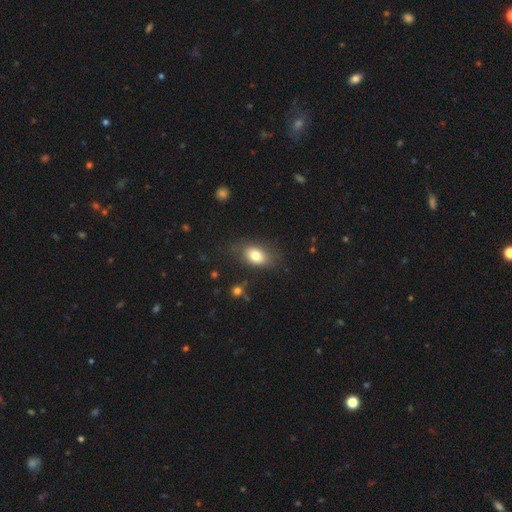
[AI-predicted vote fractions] A smooth galaxy with no disk features (78%) that is in between round and cigar-shaped (80%).

Vote fractions:
- Smooth or featured? smooth: 78% / featured or disk: 13% / star or artifact: 9%
- How rounded? in between: 80% / round: 18% / cigar-shaped: 2%
- Merging? none: 73% / minor disturbance: 18% / major disturbance: 6% / merger: 2%